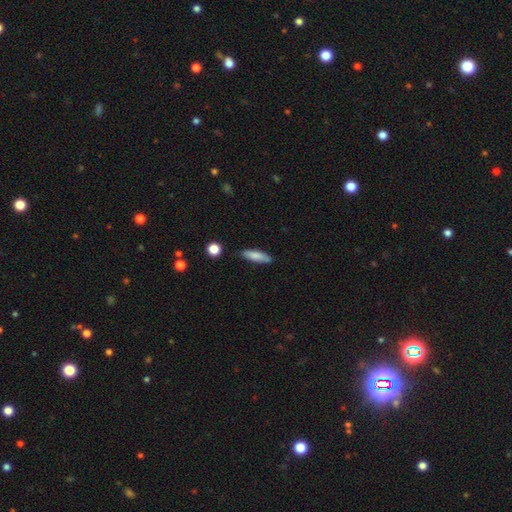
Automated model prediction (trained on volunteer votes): Smooth or featured?
  - smooth: 80% *
  - featured or disk: 13%
  - star or artifact: 7%
How rounded?
  - cigar-shaped: 60% *
  - in between: 38%
  - round: 2%
Merging?
  - none: 81% *
  - minor disturbance: 15%
  - major disturbance: 3%
  - merger: 2%